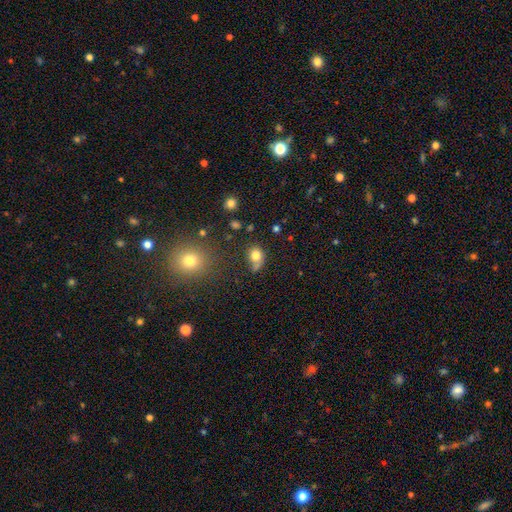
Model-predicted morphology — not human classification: Smooth or featured?
  - smooth: 78% *
  - star or artifact: 12%
  - featured or disk: 11%
How rounded?
  - round: 52% *
  - in between: 47%
  - cigar-shaped: 1%
Merging?
  - none: 47% *
  - minor disturbance: 27%
  - major disturbance: 14%
  - merger: 12%